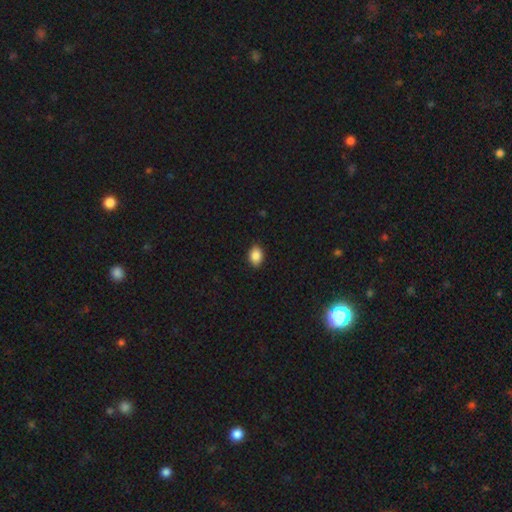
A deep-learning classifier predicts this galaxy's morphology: Smooth or featured? Predicted: smooth (p=0.87). How rounded? Predicted: in between (p=0.74). Merging? Predicted: none (p=0.88).